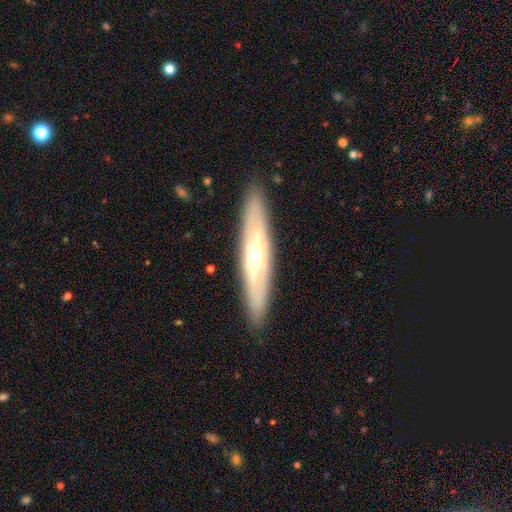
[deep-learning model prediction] Q: Smooth or featured?
A: featured or disk (66%); runner-up: smooth (28%)
Q: Edge-on disk?
A: yes (62%); runner-up: no (38%)
Q: Merging?
A: none (88%); runner-up: minor disturbance (9%)